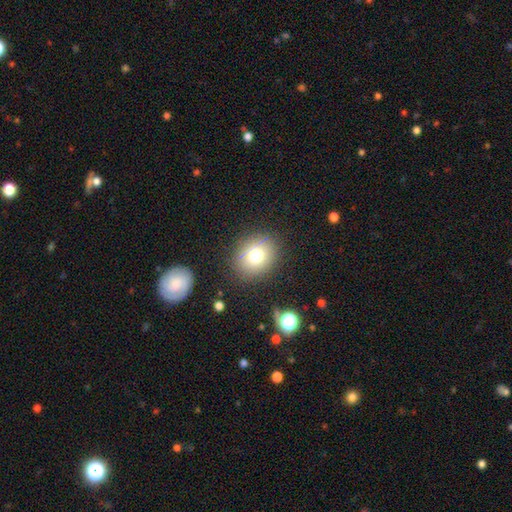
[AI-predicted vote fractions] Overall: smooth (75%). How rounded: round (66%; in between 33%). Merging: none (85%).